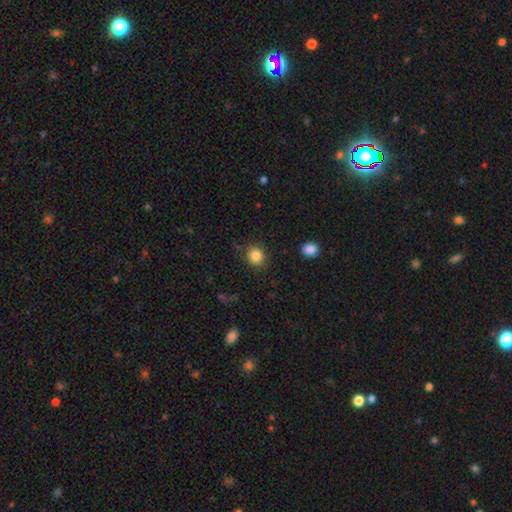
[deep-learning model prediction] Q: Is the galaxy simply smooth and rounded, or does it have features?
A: smooth — 85%.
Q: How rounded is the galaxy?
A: round — 80%.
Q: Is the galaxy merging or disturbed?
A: none — 85%.